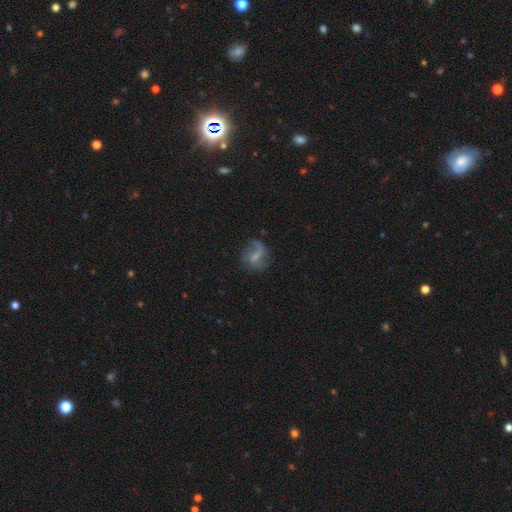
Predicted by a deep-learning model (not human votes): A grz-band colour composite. It shows a featured or disk galaxy (57%) with a weak bar (47%), spiral arms (76%) and no central bulge (44%). Merging: none (52%).